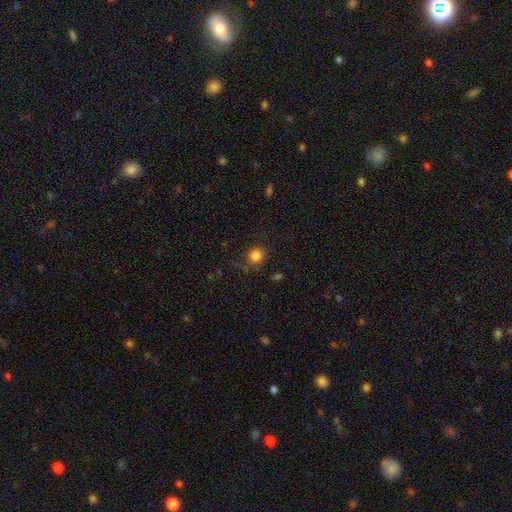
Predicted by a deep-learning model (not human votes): A smooth galaxy with no disk features (83%) that is round (90%).

Vote fractions:
- Smooth or featured? smooth: 83% / star or artifact: 12% / featured or disk: 5%
- How rounded? round: 90% / in between: 9% / cigar-shaped: 1%
- Merging? none: 78% / minor disturbance: 14% / major disturbance: 6% / merger: 2%